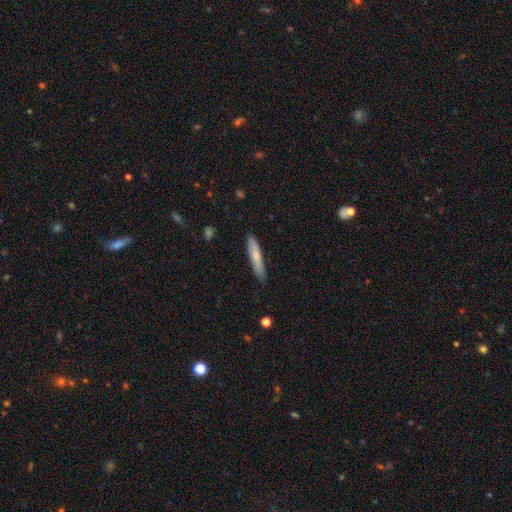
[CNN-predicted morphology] Smooth or featured?
  - smooth: 72% *
  - featured or disk: 23%
  - star or artifact: 6%
How rounded?
  - cigar-shaped: 91% *
  - in between: 8%
  - round: 1%
Merging?
  - none: 86% *
  - minor disturbance: 11%
  - major disturbance: 2%
  - merger: 1%